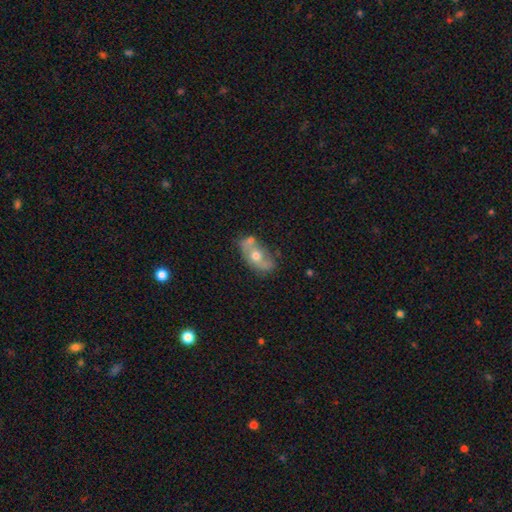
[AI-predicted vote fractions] This is possibly a featured or disk galaxy (52%). It is clearly not viewed edge-on (86%). Merging: possibly none (57%).